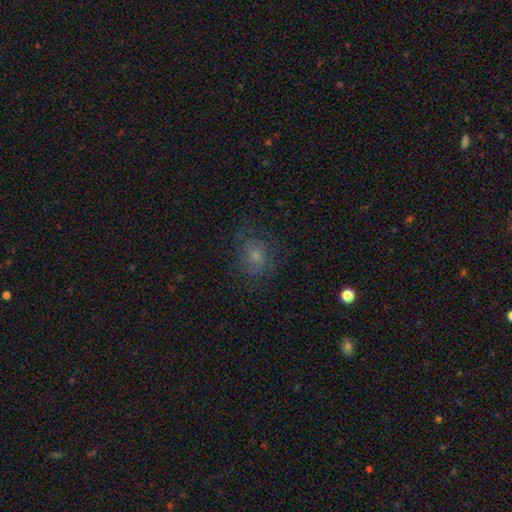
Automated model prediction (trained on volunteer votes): Smooth or featured? Predicted: smooth (p=0.49). Merging? Predicted: none (p=0.68).